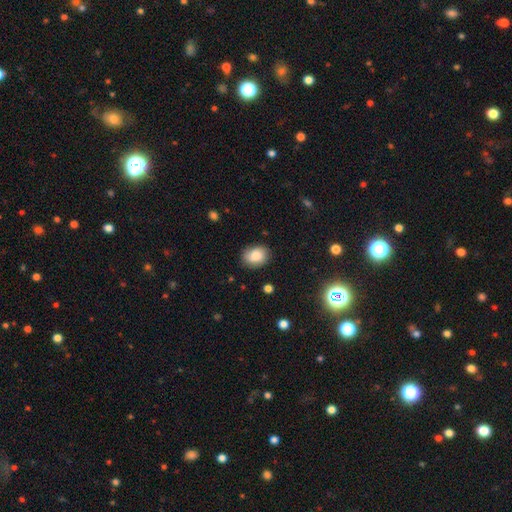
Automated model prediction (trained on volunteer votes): smooth-or-featured: smooth: 80% | featured or disk: 11% | star or artifact: 9%
  how-rounded: in between: 63% | round: 36% | cigar-shaped: 1%
  merging: none: 81% | minor disturbance: 14% | major disturbance: 3% | merger: 1%